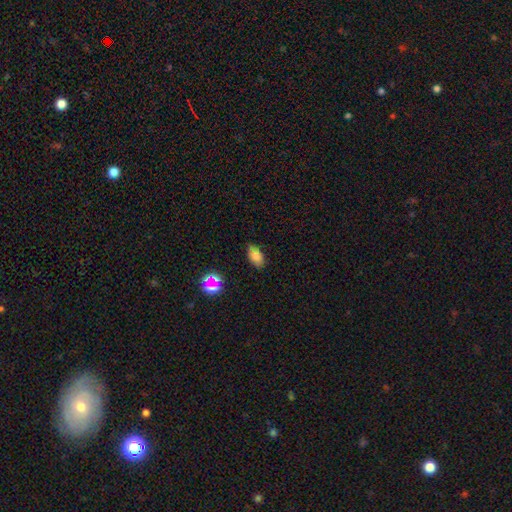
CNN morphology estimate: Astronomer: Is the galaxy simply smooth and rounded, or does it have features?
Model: smooth — 79%.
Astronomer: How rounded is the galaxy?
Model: in between — 92%.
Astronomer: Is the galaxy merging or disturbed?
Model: none — 83%.